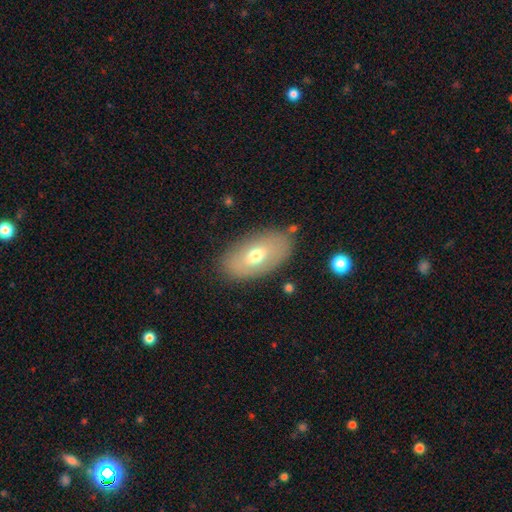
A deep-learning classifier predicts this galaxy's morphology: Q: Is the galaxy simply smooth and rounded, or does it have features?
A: smooth — 61%.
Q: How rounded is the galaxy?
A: in between — 93%.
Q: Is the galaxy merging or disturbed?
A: none — 81%.